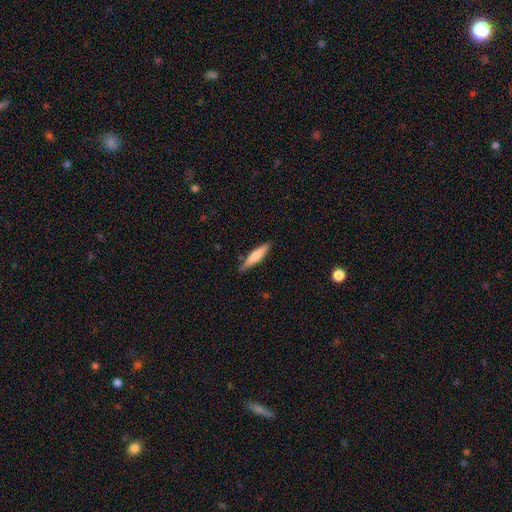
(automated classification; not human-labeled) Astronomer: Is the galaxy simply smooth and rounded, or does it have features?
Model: smooth — 67%.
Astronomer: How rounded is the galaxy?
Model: cigar-shaped — 86%.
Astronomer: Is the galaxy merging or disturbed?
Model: none — 83%.